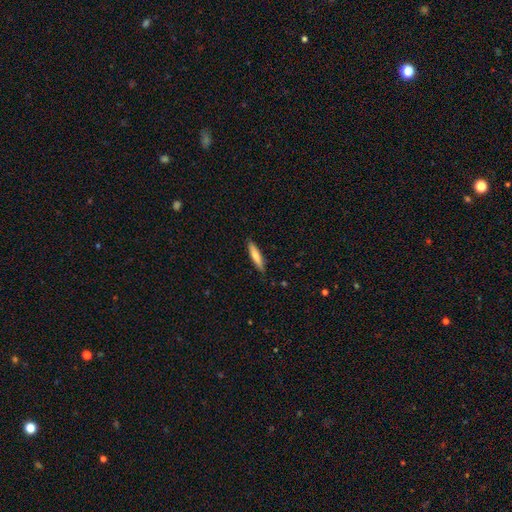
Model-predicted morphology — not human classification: This appears to be a smooth galaxy with no disk features (69%) that is cigar-shaped (84%). Merging: none (87%).